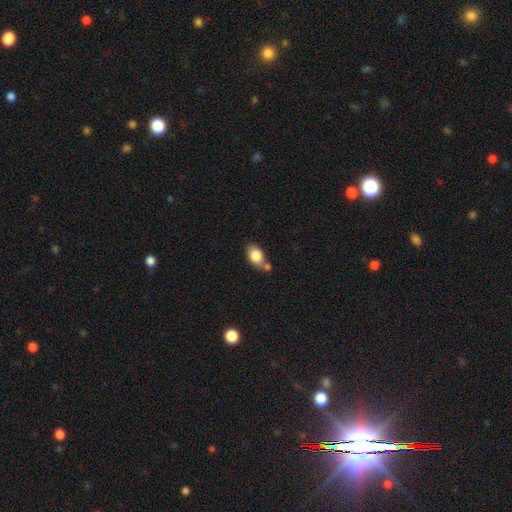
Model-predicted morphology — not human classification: This is clearly a smooth galaxy (82%). How rounded: clearly in between (87%). Merging: possibly none (54%).